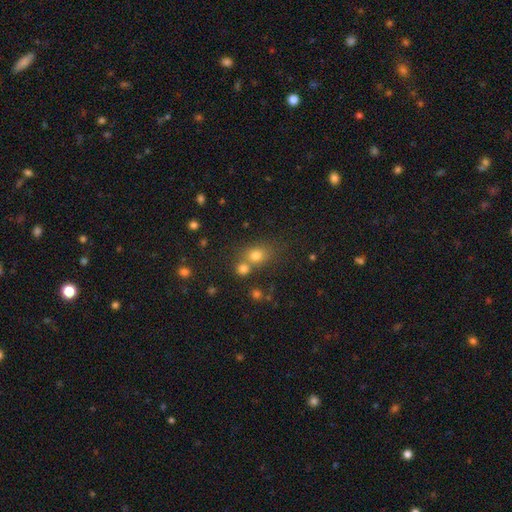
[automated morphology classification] smooth_or_featured: smooth (p=0.74) [alt: star or artifact p=0.17]
how_rounded: round (p=0.65) [alt: in between p=0.34]
merging: none (p=0.52) [alt: merger p=0.34]